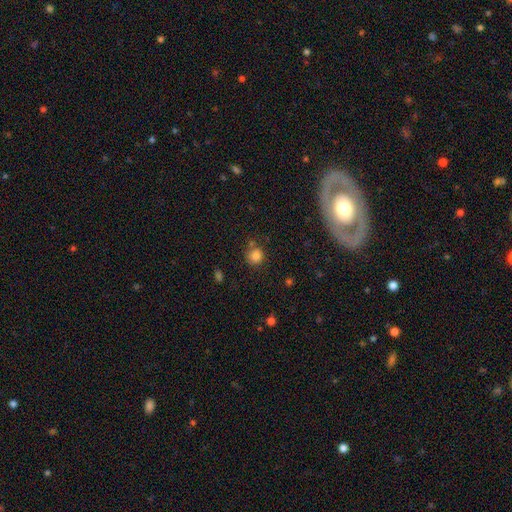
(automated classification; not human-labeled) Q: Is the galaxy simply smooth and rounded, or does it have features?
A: smooth — 83%.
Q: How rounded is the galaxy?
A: round — 90%.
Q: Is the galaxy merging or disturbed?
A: none — 75%.